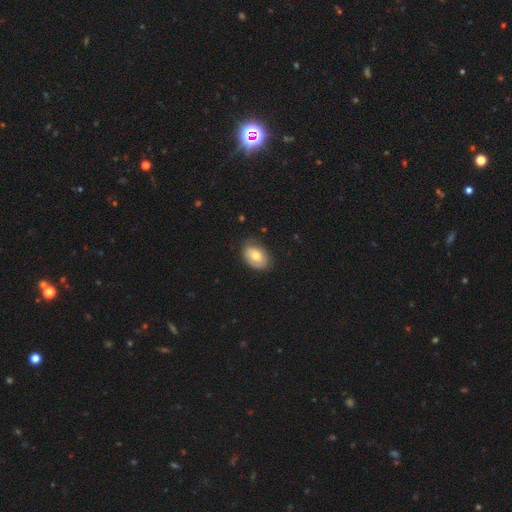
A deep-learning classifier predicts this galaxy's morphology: Q: Smooth or featured?
A: smooth (69%); runner-up: featured or disk (25%)
Q: How rounded?
A: in between (83%); runner-up: round (16%)
Q: Merging?
A: none (77%); runner-up: minor disturbance (18%)